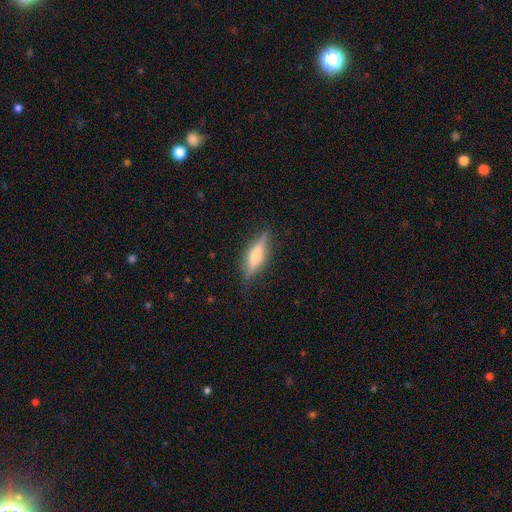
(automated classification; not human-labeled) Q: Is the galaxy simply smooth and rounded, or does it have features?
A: featured or disk — 53%.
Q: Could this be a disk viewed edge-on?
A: yes — 94%.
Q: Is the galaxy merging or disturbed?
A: none — 84%.